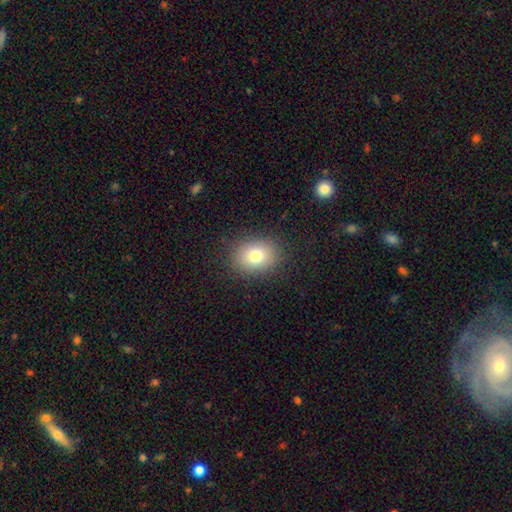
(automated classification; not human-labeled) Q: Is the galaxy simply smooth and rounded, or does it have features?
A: smooth — 78%.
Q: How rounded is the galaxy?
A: in between — 51%.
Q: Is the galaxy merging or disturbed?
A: none — 87%.